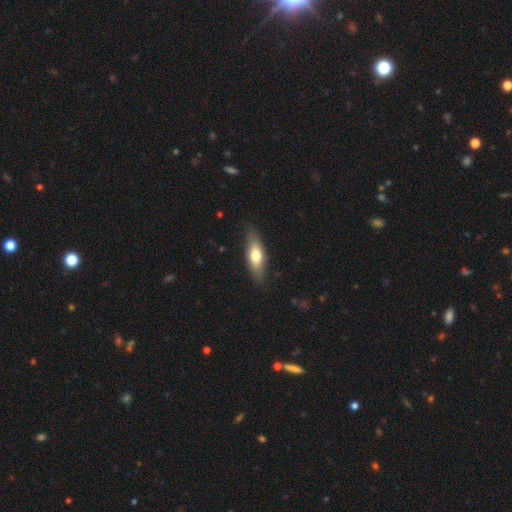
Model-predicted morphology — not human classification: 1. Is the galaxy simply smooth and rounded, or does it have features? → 65% smooth, 30% featured or disk, 6% star or artifact.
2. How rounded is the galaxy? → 55% in between, 42% cigar-shaped, 3% round.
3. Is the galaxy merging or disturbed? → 83% none, 14% minor disturbance, 3% major disturbance, 1% merger.